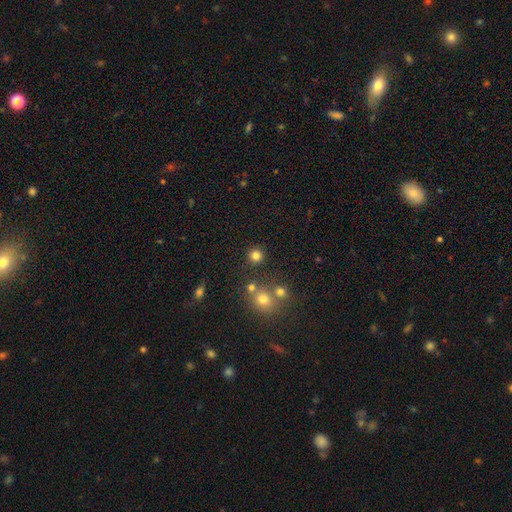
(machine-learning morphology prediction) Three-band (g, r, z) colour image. It shows a smooth galaxy with no disk features (79%) that is round (94%). Merging: none (86%).